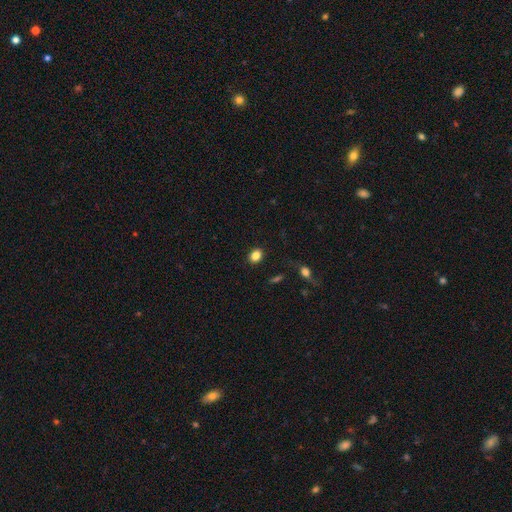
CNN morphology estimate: Smooth or featured? smooth (84%)
How rounded? in between (54%)
Merging? none (88%)